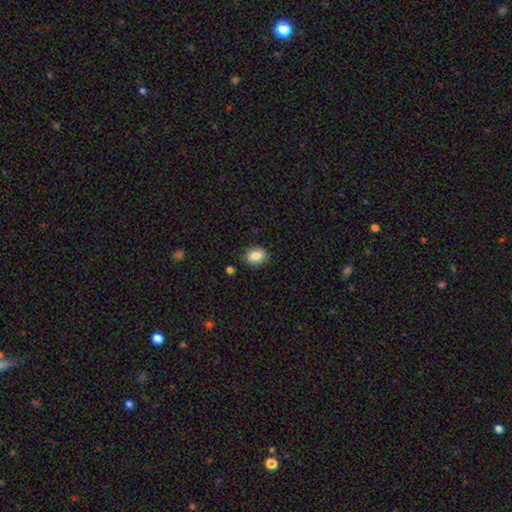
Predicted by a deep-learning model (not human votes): Smooth or featured? Predicted: smooth (p=0.87). How rounded? Predicted: in between (p=0.63). Merging? Predicted: none (p=0.86).